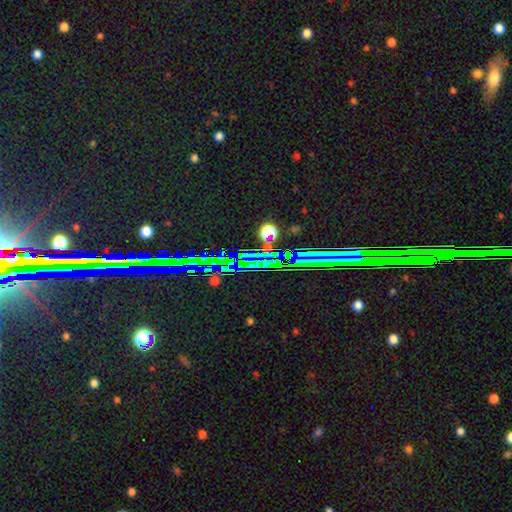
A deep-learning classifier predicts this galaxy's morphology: Q: Smooth or featured?
A: star or artifact (81%); runner-up: smooth (10%)